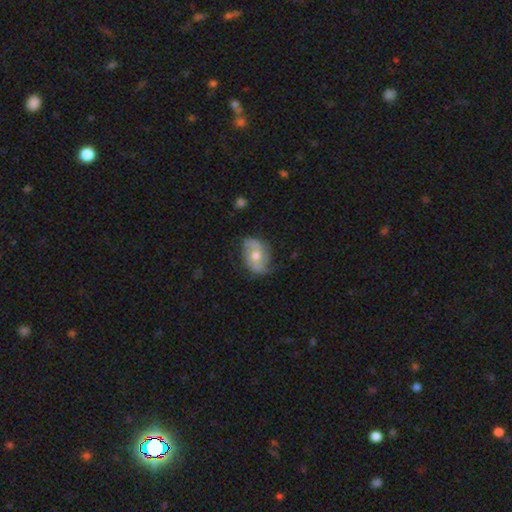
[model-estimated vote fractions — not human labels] Smooth or featured? featured or disk (58%)
Edge-on disk? no (94%)
Bar? no (64%)
Spiral arms? yes (77%)
Bulge size? moderate (73%)
Merging? none (70%)